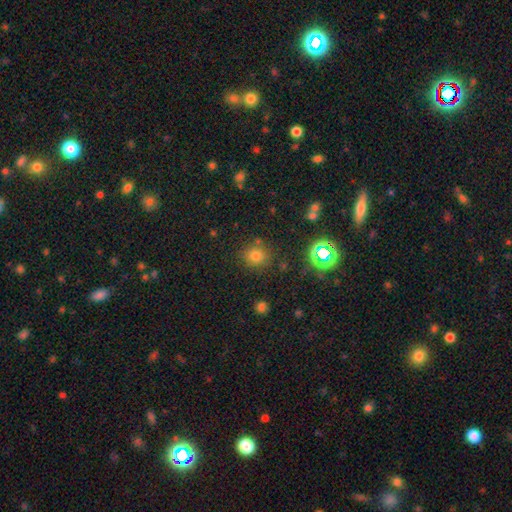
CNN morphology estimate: Smooth or featured? Predicted: smooth (p=0.72). How rounded? Predicted: round (p=0.83). Merging? Predicted: none (p=0.82).